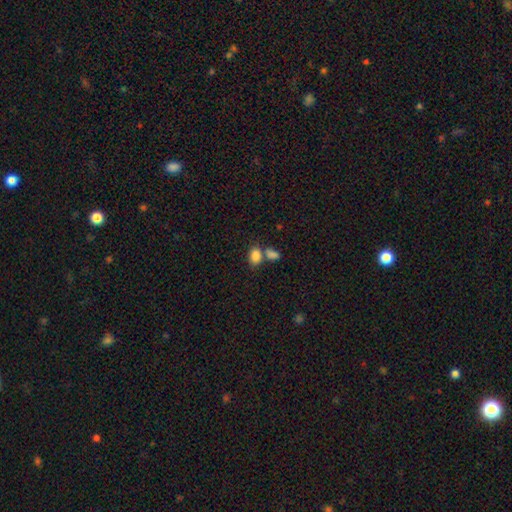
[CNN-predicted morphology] This appears to be a smooth galaxy with no disk features (85%) that is in between round and cigar-shaped (80%). Merging: none (46%).